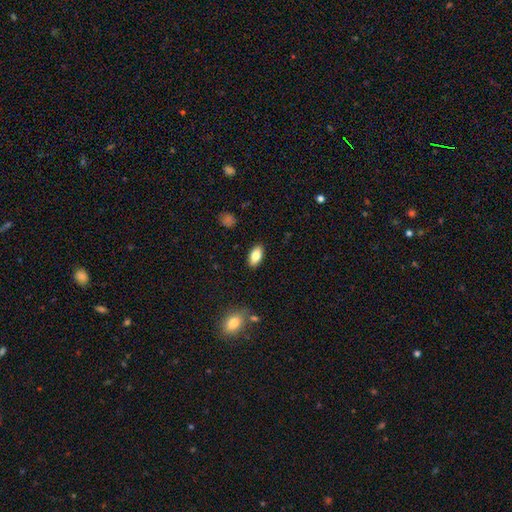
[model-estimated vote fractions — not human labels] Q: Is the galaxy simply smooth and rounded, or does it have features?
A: smooth — 81%.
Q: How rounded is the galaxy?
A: in between — 91%.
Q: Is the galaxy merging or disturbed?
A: none — 89%.